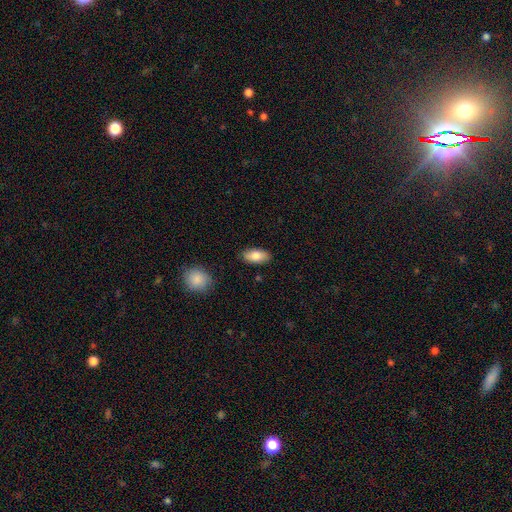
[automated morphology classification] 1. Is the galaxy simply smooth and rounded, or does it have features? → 82% smooth, 11% featured or disk, 6% star or artifact.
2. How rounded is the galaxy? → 92% in between, 5% cigar-shaped, 3% round.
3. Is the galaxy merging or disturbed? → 86% none, 10% minor disturbance, 2% major disturbance, 2% merger.